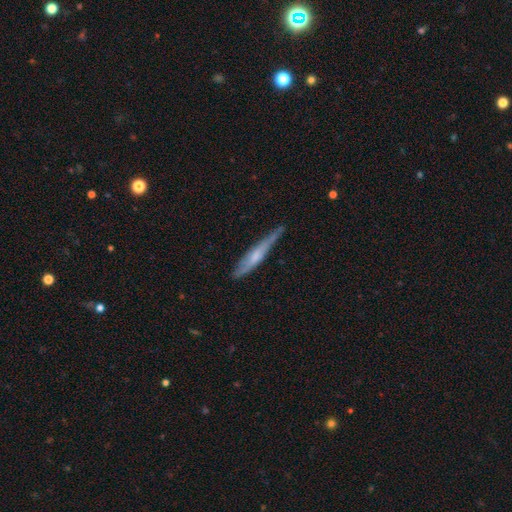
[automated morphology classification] smooth_or_featured: featured or disk (p=0.49) [alt: smooth p=0.45]
merging: none (p=0.65) [alt: minor disturbance p=0.27]